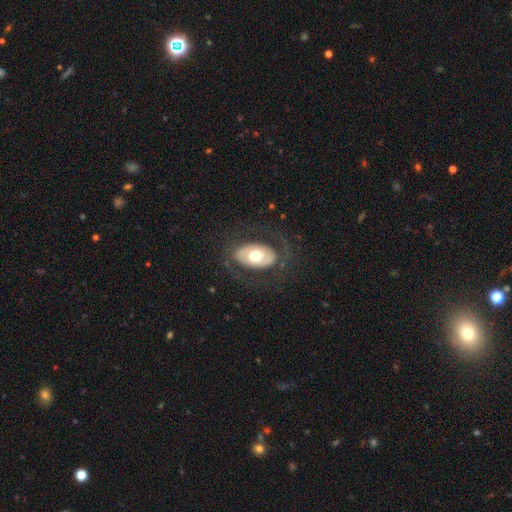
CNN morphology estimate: smooth-or-featured: featured or disk: 48% | smooth: 46% | star or artifact: 6%
  merging: none: 75% | minor disturbance: 13% | major disturbance: 11% | merger: 1%